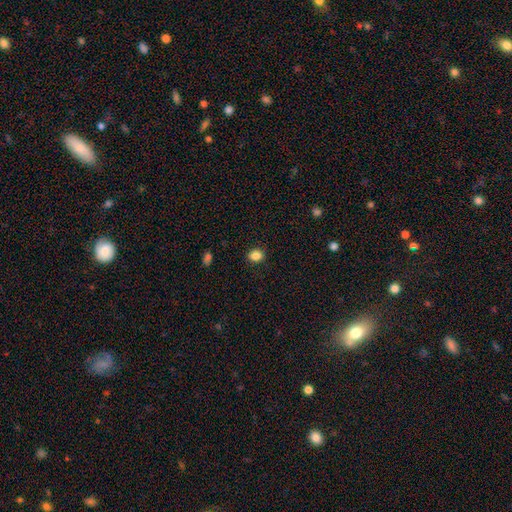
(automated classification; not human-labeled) smooth_or_featured: smooth (p=0.85) [alt: star or artifact p=0.10]
how_rounded: round (p=0.59) [alt: in between p=0.40]
merging: none (p=0.89) [alt: minor disturbance p=0.08]